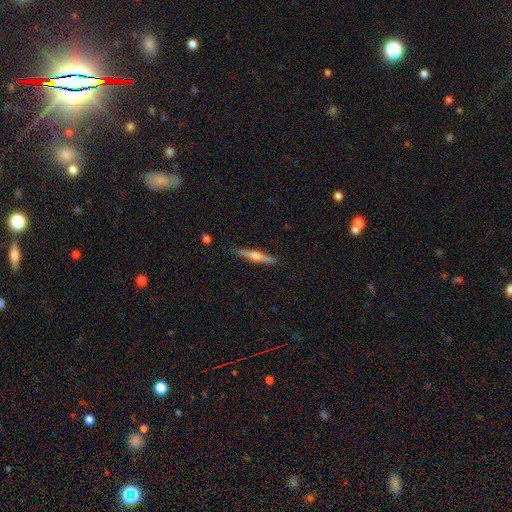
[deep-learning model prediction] Smooth or featured? featured or disk (63%)
Edge-on disk? yes (98%)
Edge-on bulge? rounded (83%)
Merging? none (88%)